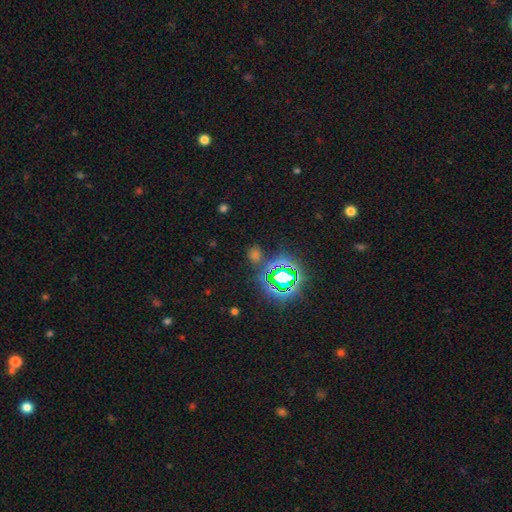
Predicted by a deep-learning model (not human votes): Morphology: type=star or artifact (64%).